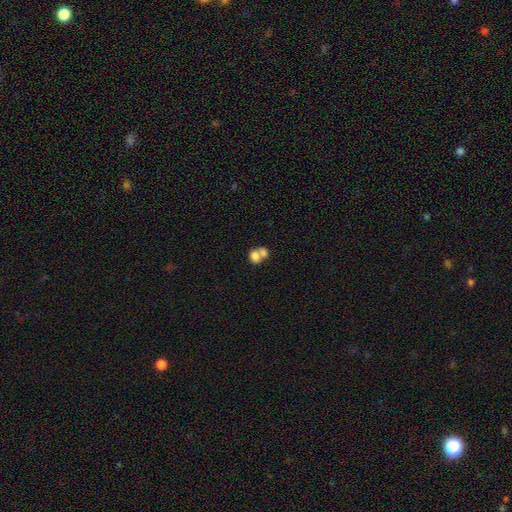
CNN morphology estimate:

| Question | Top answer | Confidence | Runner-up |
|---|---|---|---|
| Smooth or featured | smooth | 75% | featured or disk (16%) |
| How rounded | in between | 52% | round (47%) |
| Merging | merger | 67% | none (23%) |